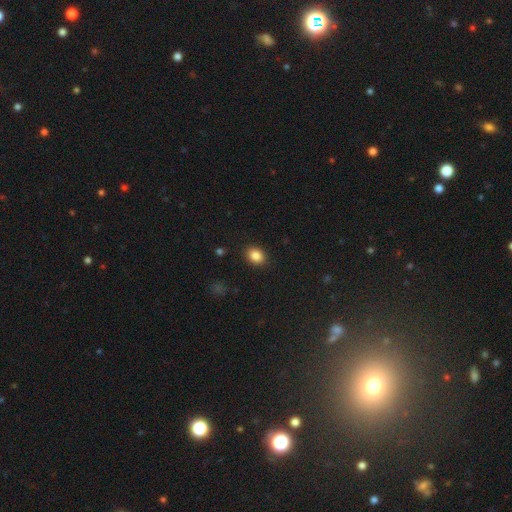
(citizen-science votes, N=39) smooth_or_featured: smooth (p=0.85) [alt: star or artifact p=0.10]
how_rounded: in between (p=0.55) [alt: round p=0.45]
merging: none (p=0.89) [alt: minor disturbance p=0.09]